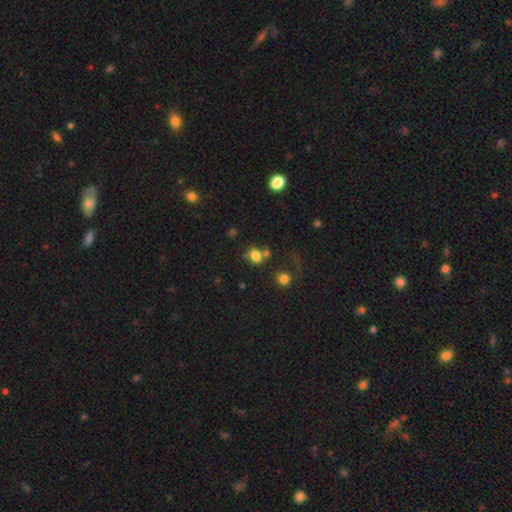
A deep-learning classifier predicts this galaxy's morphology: Q: Smooth or featured?
A: smooth (76%); runner-up: star or artifact (14%)
Q: How rounded?
A: round (53%); runner-up: in between (45%)
Q: Merging?
A: none (49%); runner-up: merger (27%)